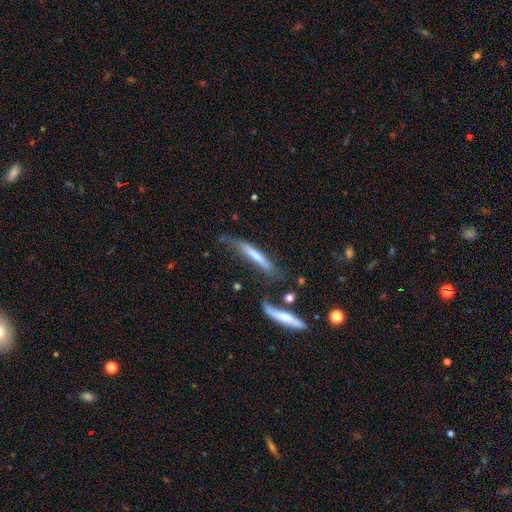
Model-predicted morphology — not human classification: The model was most divided on "smooth or featured": featured or disk: 55%, smooth: 38%, star or artifact: 7%. Remaining: edge-on disk — yes (81%); merging — none (46%).